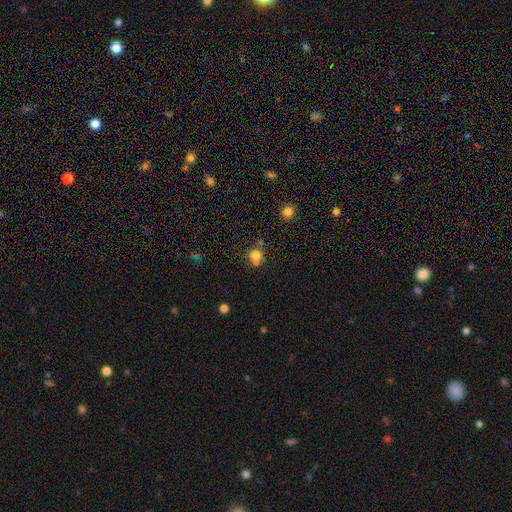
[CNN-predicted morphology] smooth-or-featured: smooth: 75% | star or artifact: 15% | featured or disk: 10%
  how-rounded: round: 86% | in between: 13% | cigar-shaped: 1%
  merging: none: 54% | merger: 32% | minor disturbance: 10% | major disturbance: 4%